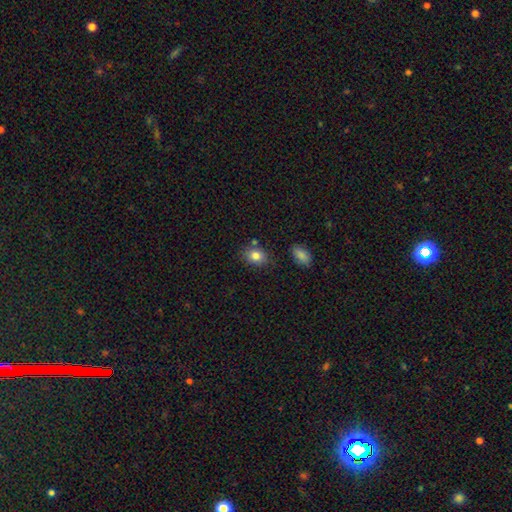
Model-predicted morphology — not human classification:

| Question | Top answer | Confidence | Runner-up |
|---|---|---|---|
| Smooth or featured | smooth | 83% | star or artifact (9%) |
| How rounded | in between | 59% | round (40%) |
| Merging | none | 75% | minor disturbance (14%) |